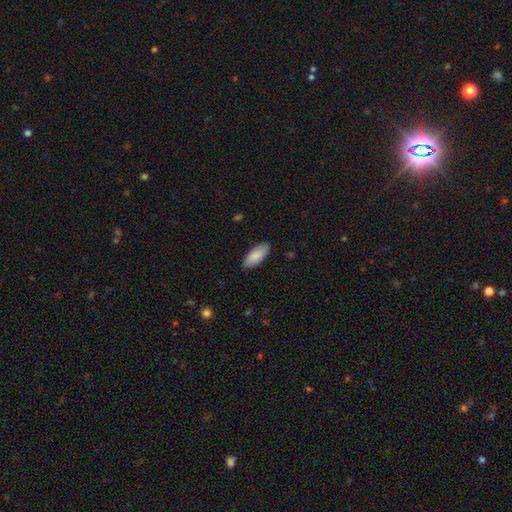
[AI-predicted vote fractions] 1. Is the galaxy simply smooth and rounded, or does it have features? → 88% smooth, 7% featured or disk, 5% star or artifact.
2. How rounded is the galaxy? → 85% in between, 13% cigar-shaped, 1% round.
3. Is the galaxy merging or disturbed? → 87% none, 10% minor disturbance, 2% major disturbance, 1% merger.